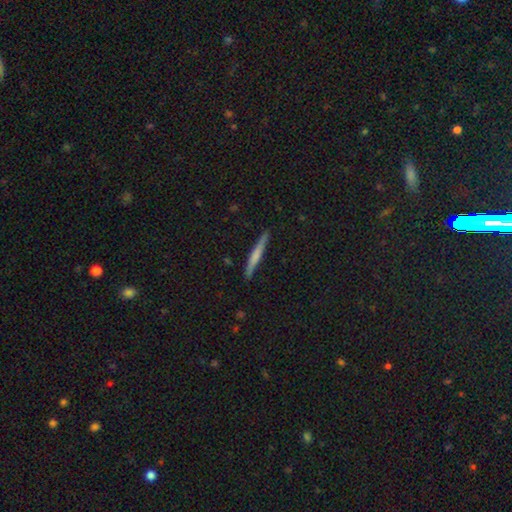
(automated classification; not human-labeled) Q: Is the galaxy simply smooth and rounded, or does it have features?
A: smooth — 51%.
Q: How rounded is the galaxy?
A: cigar-shaped — 96%.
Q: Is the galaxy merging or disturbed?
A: none — 89%.